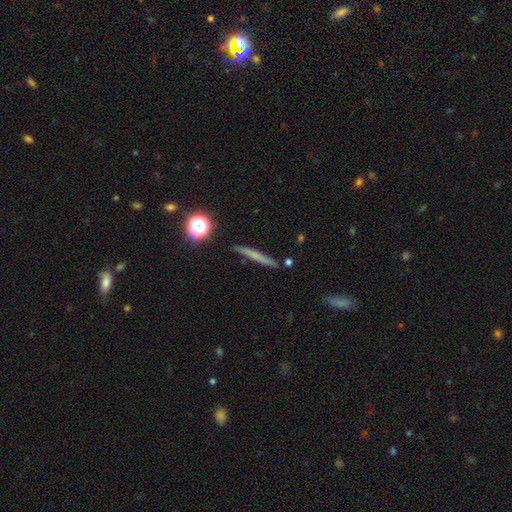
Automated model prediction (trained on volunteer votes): Morphology: type=smooth (54%); roundness=cigar-shaped (91%); merging=none (87%).